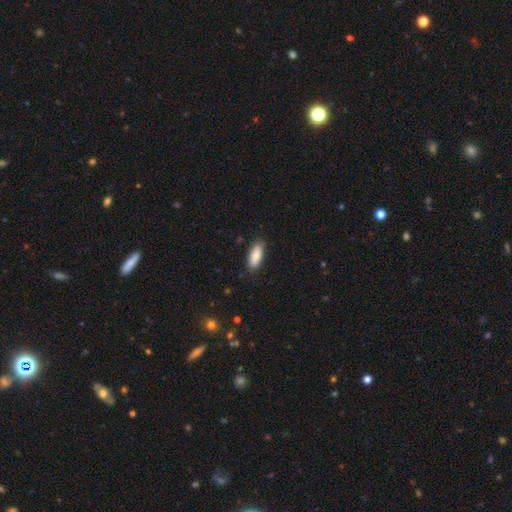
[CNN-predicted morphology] Smooth or featured? Predicted: smooth (p=0.86). How rounded? Predicted: in between (p=0.76). Merging? Predicted: none (p=0.86).